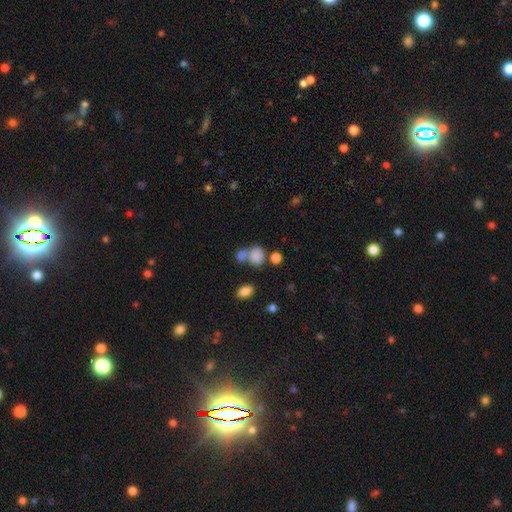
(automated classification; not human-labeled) Smooth or featured? Predicted: smooth (p=0.81). How rounded? Predicted: round (p=0.59). Merging? Predicted: merger (p=0.43).